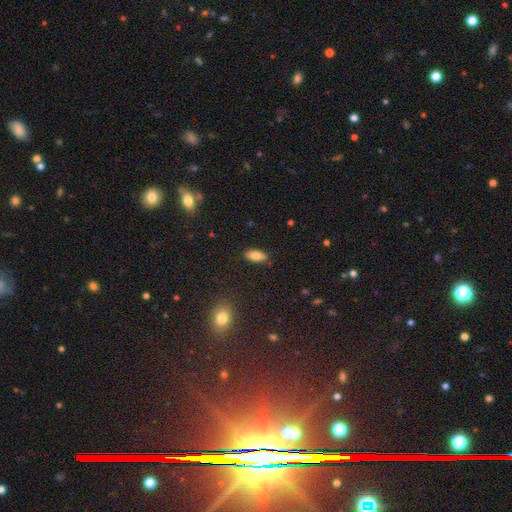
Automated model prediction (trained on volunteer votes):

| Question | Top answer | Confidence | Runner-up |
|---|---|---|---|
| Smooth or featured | smooth | 77% | featured or disk (14%) |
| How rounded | in between | 87% | cigar-shaped (10%) |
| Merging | none | 88% | minor disturbance (9%) |